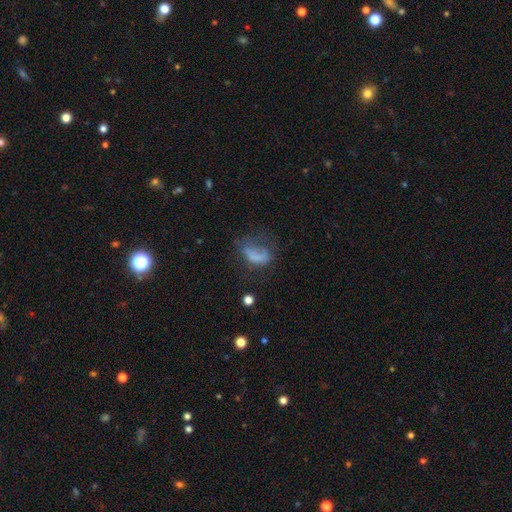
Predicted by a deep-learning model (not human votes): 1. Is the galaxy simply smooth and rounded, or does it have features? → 58% smooth, 28% featured or disk, 14% star or artifact.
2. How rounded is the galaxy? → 81% in between, 14% round, 5% cigar-shaped.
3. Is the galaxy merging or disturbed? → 46% major disturbance, 27% none, 23% minor disturbance, 4% merger.